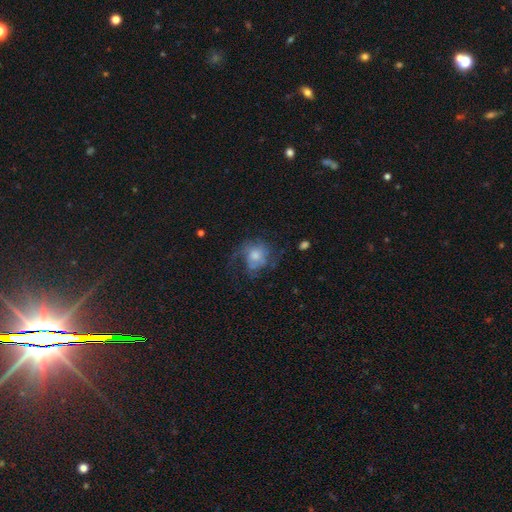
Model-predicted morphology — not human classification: Q: Smooth or featured?
A: featured or disk (53%); runner-up: smooth (38%)
Q: Edge-on disk?
A: no (97%); runner-up: yes (3%)
Q: Bar?
A: no (78%); runner-up: weak (19%)
Q: Spiral arms?
A: yes (74%); runner-up: no (26%)
Q: Bulge size?
A: moderate (49%); runner-up: small (25%)
Q: Merging?
A: none (41%); runner-up: major disturbance (35%)